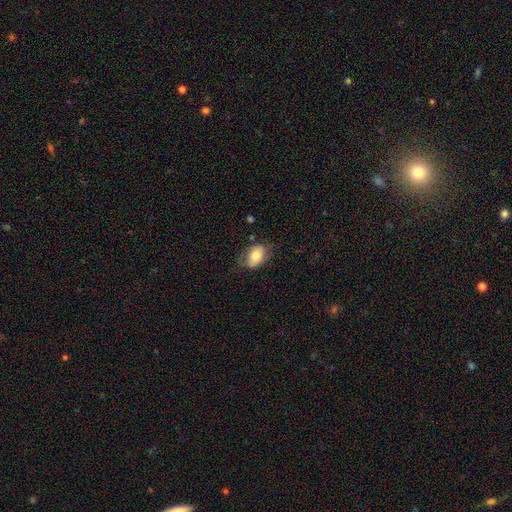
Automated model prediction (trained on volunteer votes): Smooth or featured? smooth (74%)
How rounded? in between (85%)
Merging? none (64%)